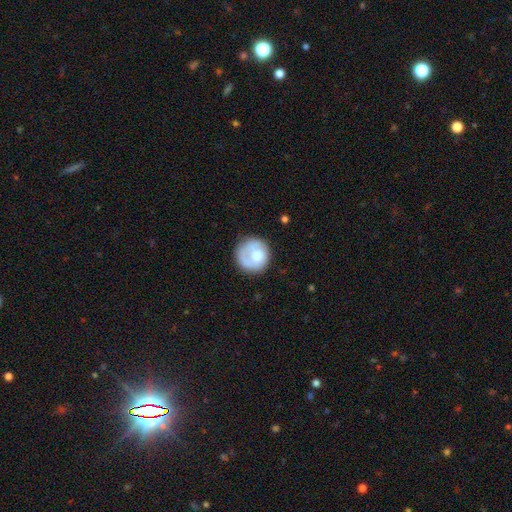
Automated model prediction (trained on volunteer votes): A smooth galaxy with no disk features (61%) that is round (89%).

Vote fractions:
- Smooth or featured? smooth: 61% / featured or disk: 33% / star or artifact: 6%
- How rounded? round: 89% / in between: 10% / cigar-shaped: 1%
- Merging? none: 68% / minor disturbance: 19% / major disturbance: 11% / merger: 2%